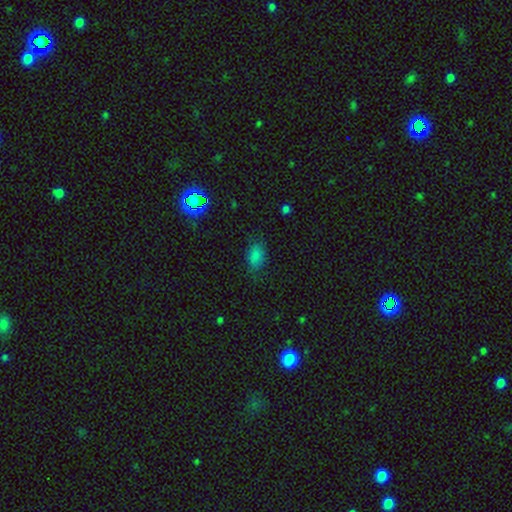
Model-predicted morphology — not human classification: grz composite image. It shows a smooth galaxy with no disk features (80%) that is in between round and cigar-shaped (88%). Merging: none (74%).